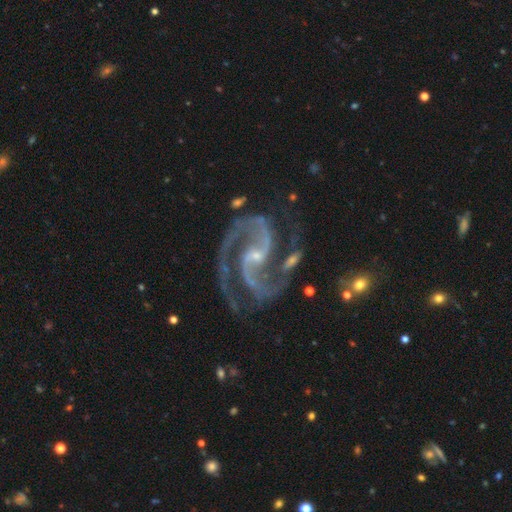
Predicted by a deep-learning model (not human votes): Smooth or featured?
  - featured or disk: 94% *
  - star or artifact: 4%
  - smooth: 2%
Edge-on disk?
  - no: 98% *
  - yes: 2%
Bar?
  - weak: 43% *
  - strong: 31%
  - no: 27%
Spiral arms?
  - yes: 99% *
  - no: 1%
Spiral winding?
  - medium: 68% *
  - tight: 18%
  - loose: 14%
Spiral arm count?
  - 2: 91% *
  - 3: 3%
  - can't tell: 2%
  - 1: 1%
  - 4: 1%
  - more than 4: 1%
Bulge size?
  - small: 76% *
  - moderate: 17%
  - none: 5%
  - large: 1%
  - dominant: 1%
Merging?
  - none: 64% *
  - minor disturbance: 20%
  - major disturbance: 12%
  - merger: 5%